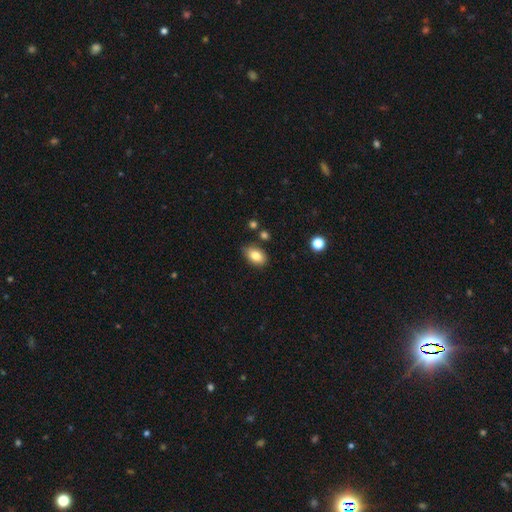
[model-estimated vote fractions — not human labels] Overall: smooth (82%). How rounded: in between (86%). Merging: none (78%).